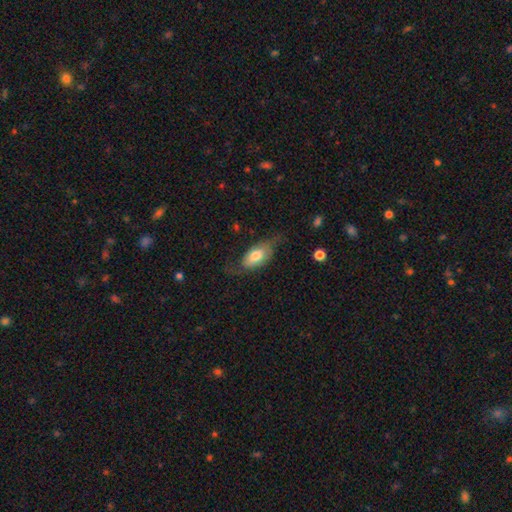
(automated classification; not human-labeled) Q: Smooth or featured?
A: smooth (59%); runner-up: featured or disk (35%)
Q: How rounded?
A: in between (88%); runner-up: cigar-shaped (7%)
Q: Merging?
A: none (50%); runner-up: minor disturbance (28%)